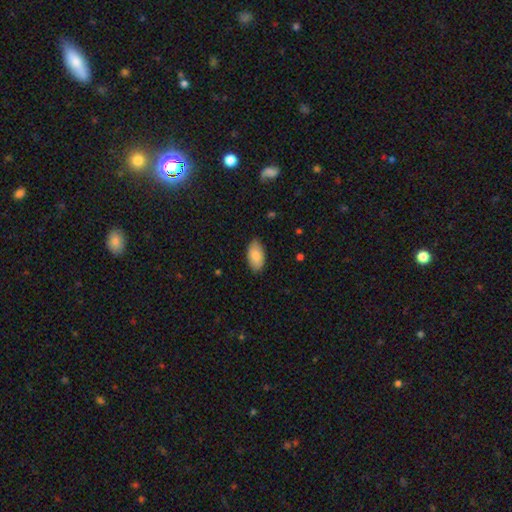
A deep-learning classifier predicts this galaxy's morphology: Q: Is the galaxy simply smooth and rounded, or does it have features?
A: smooth — 86%.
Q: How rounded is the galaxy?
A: in between — 95%.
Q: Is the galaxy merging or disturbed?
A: none — 84%.